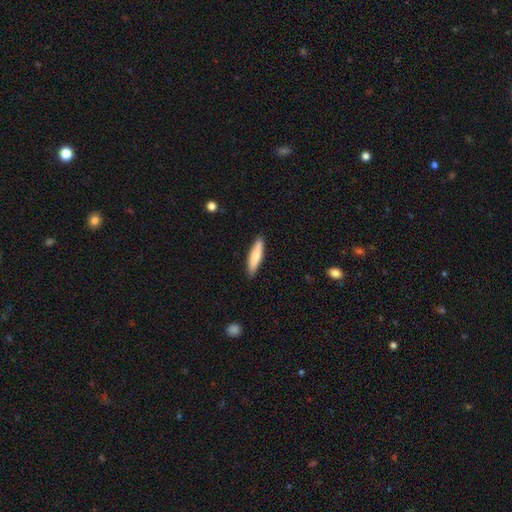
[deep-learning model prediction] Morphology: type=smooth (77%); roundness=cigar-shaped (80%); merging=none (89%).